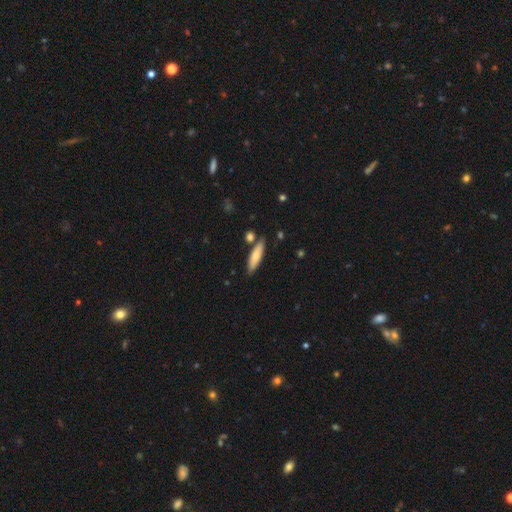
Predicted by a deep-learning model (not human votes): A smooth galaxy with no disk features (75%) that is cigar-shaped (65%).

Vote fractions:
- Smooth or featured? smooth: 75% / featured or disk: 19% / star or artifact: 6%
- How rounded? cigar-shaped: 65% / in between: 33% / round: 2%
- Merging? none: 78% / minor disturbance: 12% / merger: 7% / major disturbance: 2%